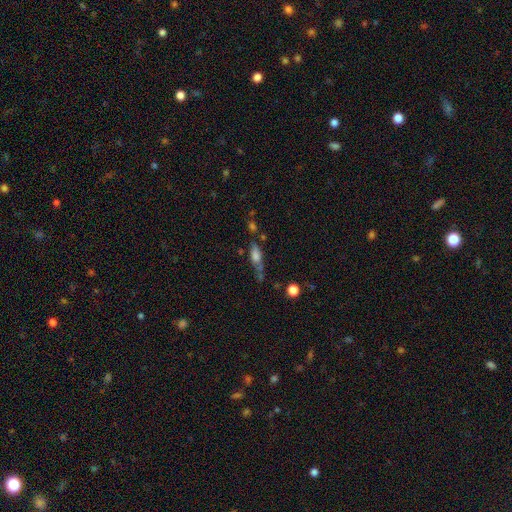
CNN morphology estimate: type=smooth (63%); roundness=in between (62%); merging=none (45%).